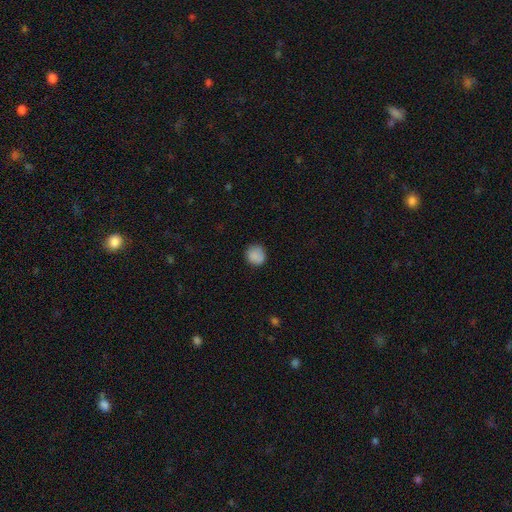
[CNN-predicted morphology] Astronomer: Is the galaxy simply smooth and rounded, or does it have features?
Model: smooth — 87%.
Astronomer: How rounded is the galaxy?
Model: round — 91%.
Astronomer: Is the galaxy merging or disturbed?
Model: none — 84%.